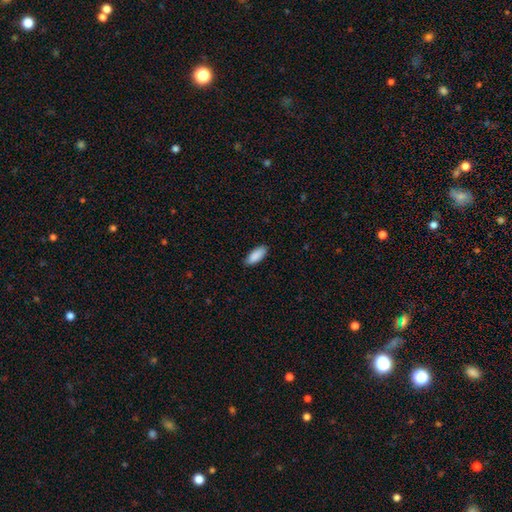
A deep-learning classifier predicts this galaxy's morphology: This appears to be a smooth galaxy with no disk features (90%) that is in between round and cigar-shaped (80%). Merging: none (87%).